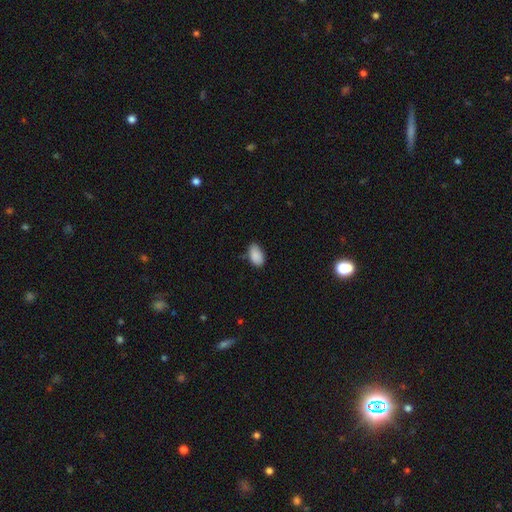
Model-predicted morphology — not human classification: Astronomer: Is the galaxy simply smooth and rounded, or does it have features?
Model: smooth — 88%.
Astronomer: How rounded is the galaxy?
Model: in between — 93%.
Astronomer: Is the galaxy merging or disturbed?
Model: none — 70%.